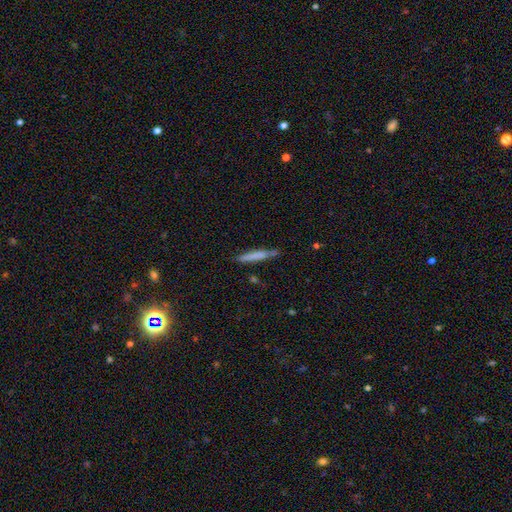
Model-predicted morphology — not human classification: smooth 67%, featured or disk 26%, star or artifact 7%. Down the decision tree: how rounded — cigar-shaped (94%); merging — none (79%).